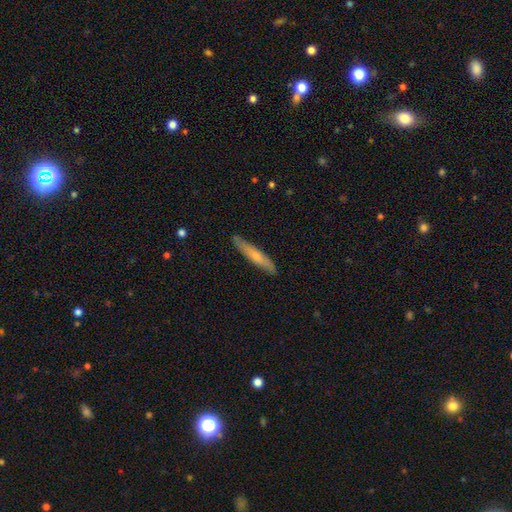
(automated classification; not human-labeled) Overall: smooth (56%; featured or disk 39%). How rounded: cigar-shaped (91%). Merging: none (87%).